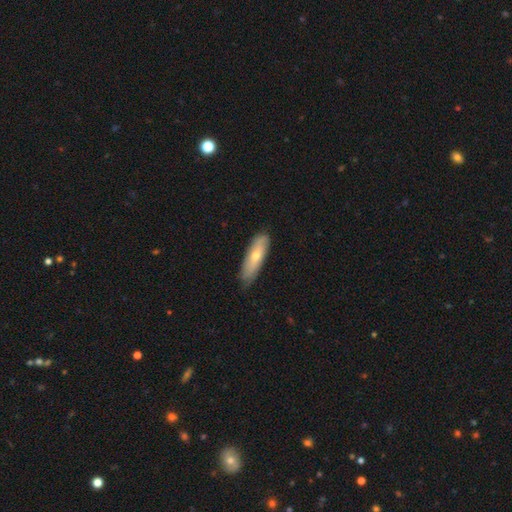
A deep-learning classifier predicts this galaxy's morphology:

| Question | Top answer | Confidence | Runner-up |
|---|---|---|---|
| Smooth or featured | smooth | 57% | featured or disk (37%) |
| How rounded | cigar-shaped | 56% | in between (42%) |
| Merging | none | 78% | minor disturbance (18%) |